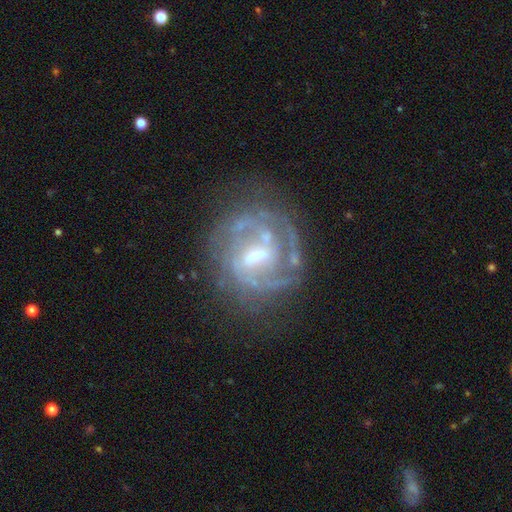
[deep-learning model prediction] smooth_or_featured: featured or disk (p=0.86) [alt: smooth p=0.07]
disk_edge_on: no (p=0.98) [alt: yes p=0.02]
bar: weak (p=0.50) [alt: strong p=0.34]
has_spiral_arms: yes (p=0.90) [alt: no p=0.10]
spiral_winding: tight (p=0.52) [alt: medium p=0.38]
spiral_arm_count: 2 (p=0.42) [alt: can't tell p=0.27]
bulge_size: moderate (p=0.47) [alt: small p=0.39]
merging: none (p=0.65) [alt: minor disturbance p=0.18]